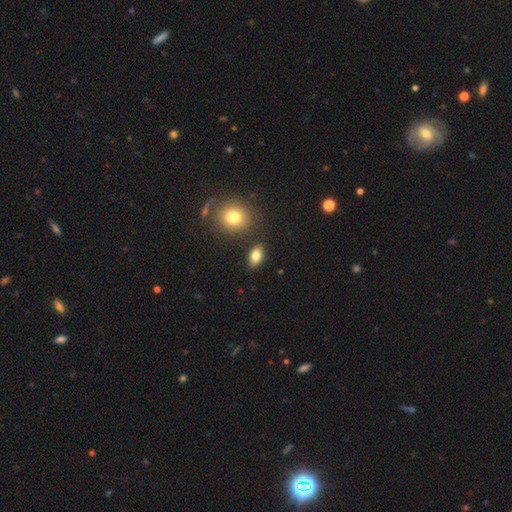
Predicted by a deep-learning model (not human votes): Smooth or featured? Predicted: smooth (p=0.81). How rounded? Predicted: in between (p=0.87). Merging? Predicted: none (p=0.84).